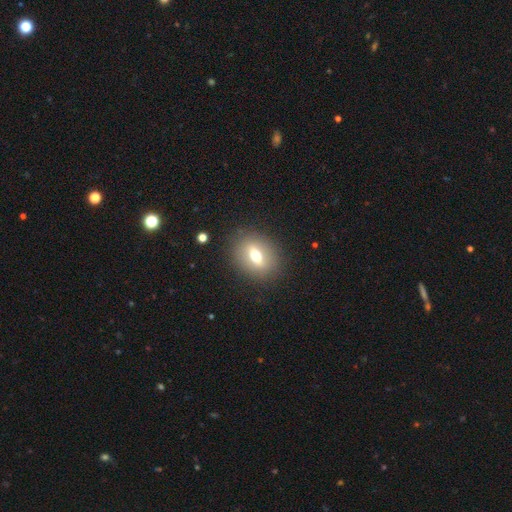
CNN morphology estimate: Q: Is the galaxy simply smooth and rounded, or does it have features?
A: smooth — 58%.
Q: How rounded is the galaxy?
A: in between — 61%.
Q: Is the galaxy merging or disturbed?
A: none — 86%.